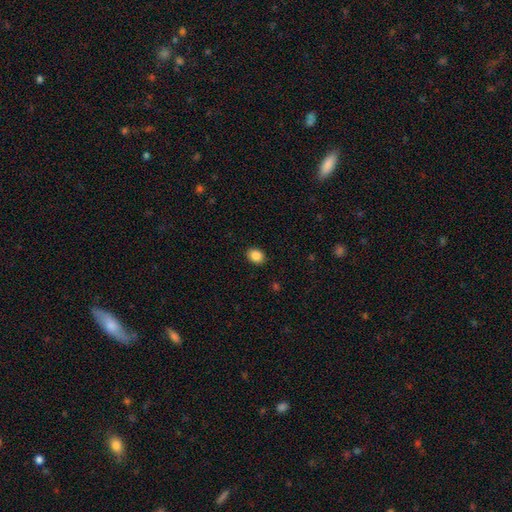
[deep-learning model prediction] Smooth or featured: smooth — 87% (star or artifact — 9%)
How rounded: in between — 53% (round — 46%)
Merging: none — 90% (minor disturbance — 7%)